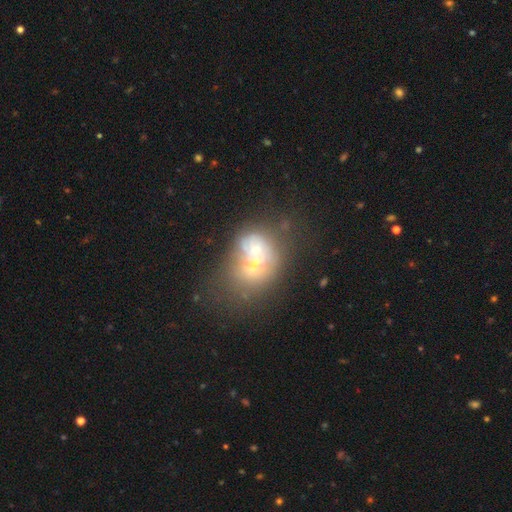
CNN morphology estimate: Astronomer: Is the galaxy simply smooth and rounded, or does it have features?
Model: featured or disk — 45% (runner-up: smooth, 41%).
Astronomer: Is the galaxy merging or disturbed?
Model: merger — 66%.